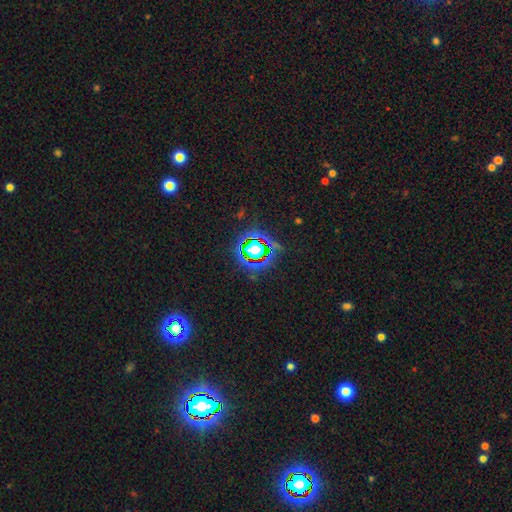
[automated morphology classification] Smooth or featured? star or artifact (82%)